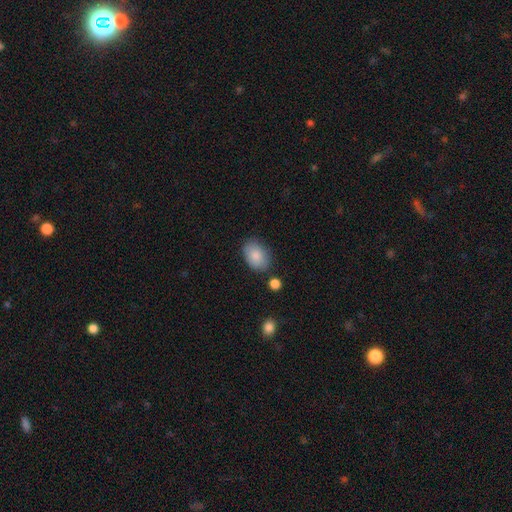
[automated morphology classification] smooth-or-featured: smooth: 86% | featured or disk: 7% | star or artifact: 7%
  how-rounded: in between: 86% | round: 13% | cigar-shaped: 1%
  merging: none: 75% | minor disturbance: 17% | major disturbance: 4% | merger: 4%